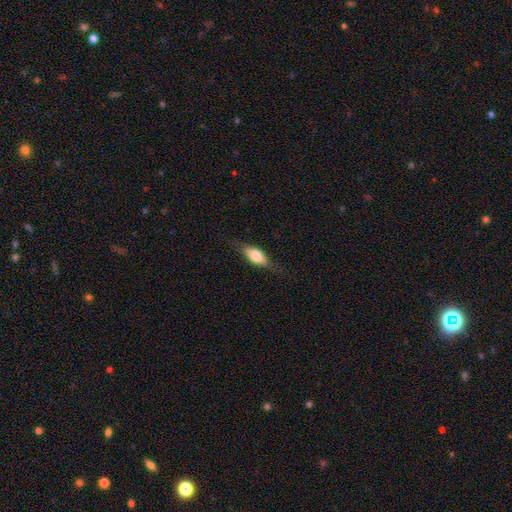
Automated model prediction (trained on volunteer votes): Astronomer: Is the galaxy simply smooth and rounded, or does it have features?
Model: smooth — 68%.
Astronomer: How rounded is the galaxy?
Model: in between — 77%.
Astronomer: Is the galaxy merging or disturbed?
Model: none — 74%.